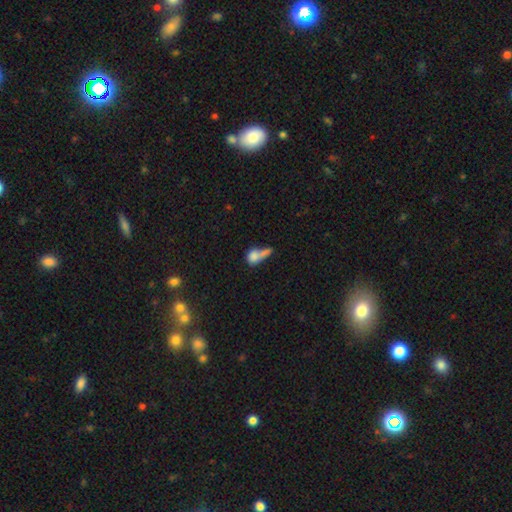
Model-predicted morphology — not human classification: The model was most divided on "how rounded": in between: 53%, round: 35%, cigar-shaped: 12%. Remaining: smooth or featured — smooth (72%); merging — merger (45%).